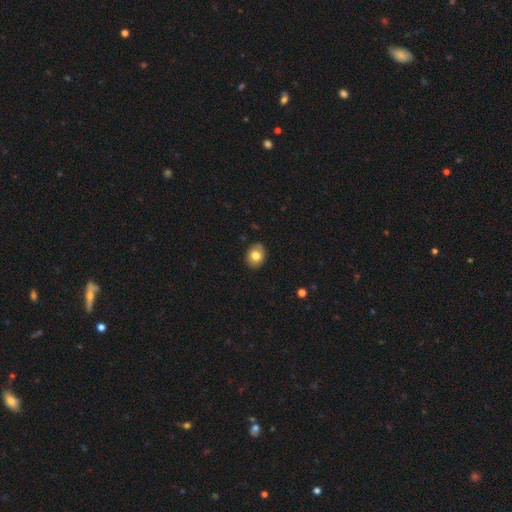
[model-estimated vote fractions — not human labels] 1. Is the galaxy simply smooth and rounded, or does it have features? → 79% smooth, 13% featured or disk, 9% star or artifact.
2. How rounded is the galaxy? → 54% in between, 45% round, 1% cigar-shaped.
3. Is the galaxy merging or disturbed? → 85% none, 12% minor disturbance, 2% major disturbance, 1% merger.